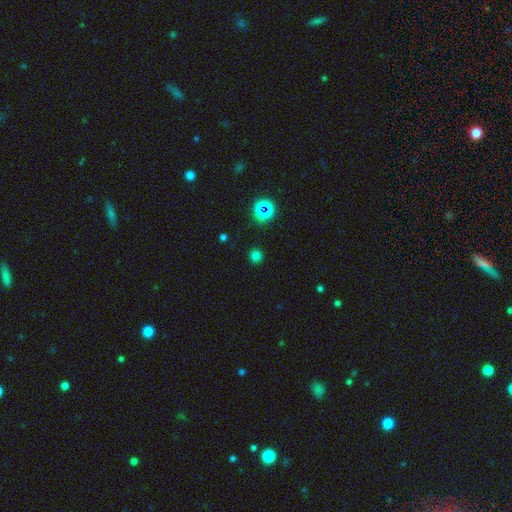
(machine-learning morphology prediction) Smooth or featured? smooth (73%)
How rounded? round (94%)
Merging? none (91%)